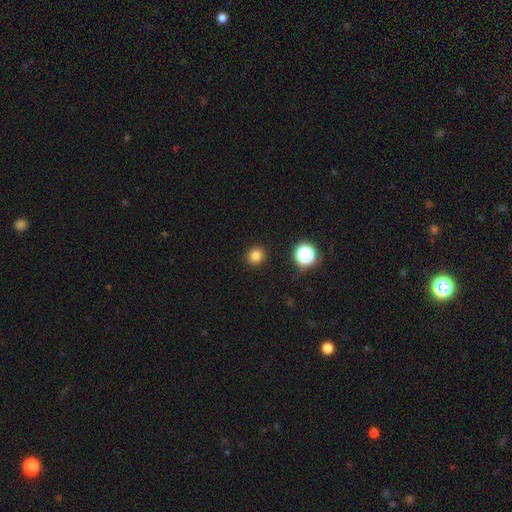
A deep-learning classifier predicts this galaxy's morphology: This appears to be a smooth galaxy with no disk features (81%) that is round (89%). Merging: none (91%).